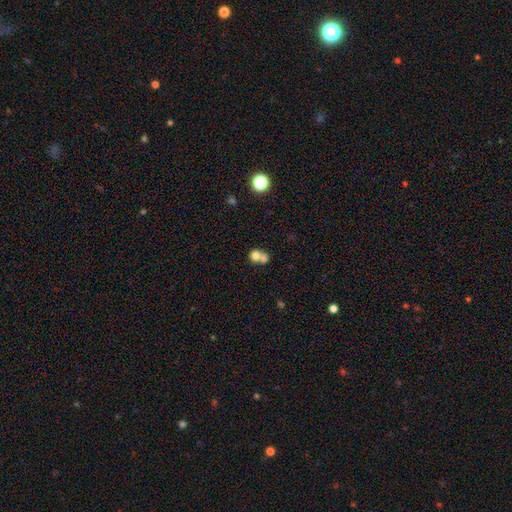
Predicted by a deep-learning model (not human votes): A smooth galaxy with no disk features (71%) that is round (72%). Merging: merger (64%).